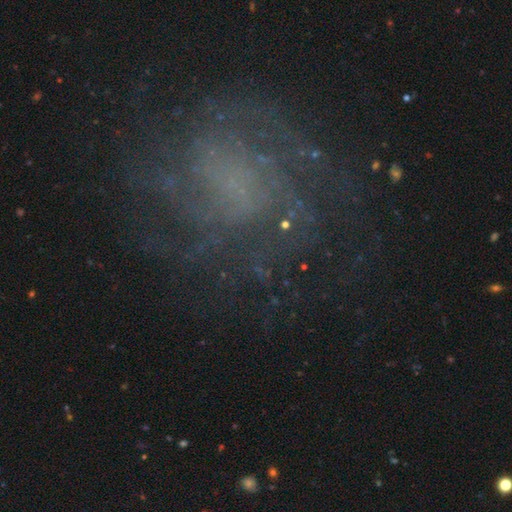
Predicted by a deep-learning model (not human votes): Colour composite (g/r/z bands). It shows a featured or disk galaxy (74%) with no bar (68%), tight (47%) spiral arms (88%) and no central bulge (48%). Merging: none (71%).